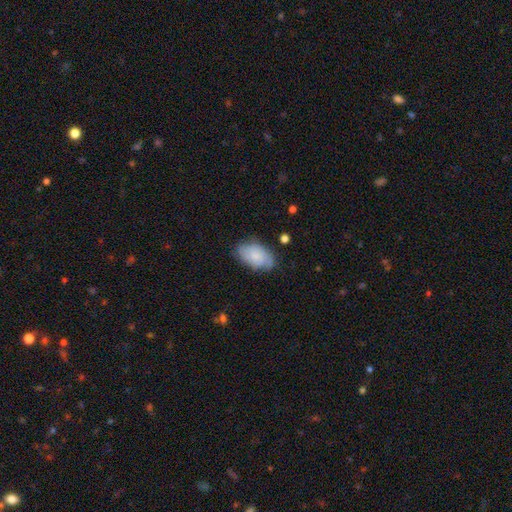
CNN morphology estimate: This is likely a smooth galaxy (62%). How rounded: clearly in between (93%). Merging: likely none (71%).